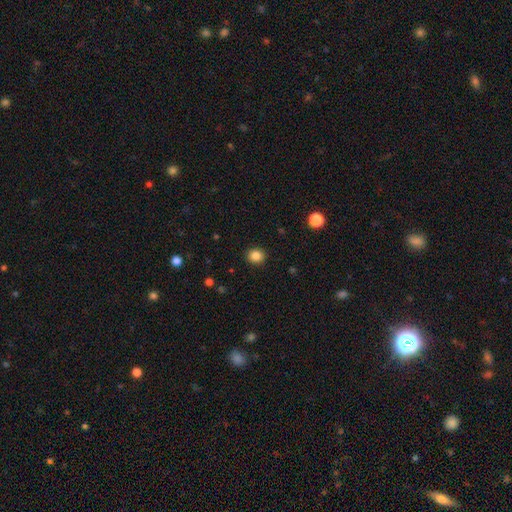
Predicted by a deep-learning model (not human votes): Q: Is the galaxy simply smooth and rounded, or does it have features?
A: smooth — 85%.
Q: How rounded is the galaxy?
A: round — 83%.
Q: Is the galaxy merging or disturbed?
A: none — 92%.